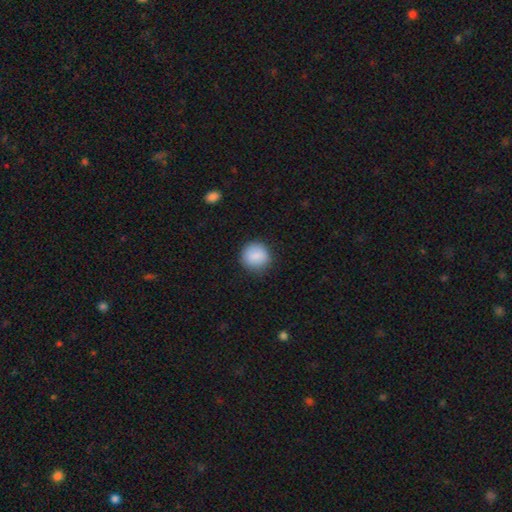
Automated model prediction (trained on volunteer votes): smooth_or_featured: smooth (p=0.88) [alt: star or artifact p=0.08]
how_rounded: round (p=0.91) [alt: in between p=0.08]
merging: none (p=0.87) [alt: minor disturbance p=0.09]